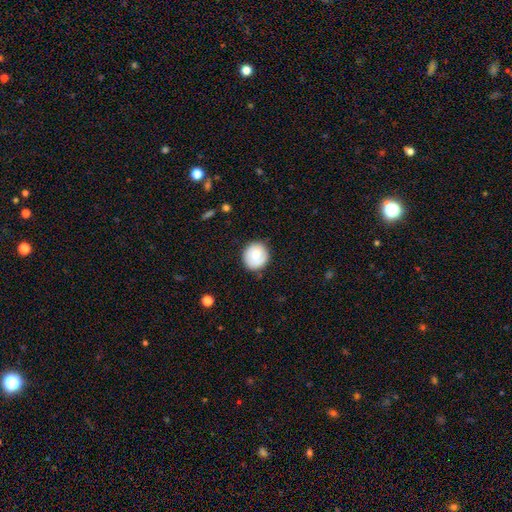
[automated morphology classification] This is likely a smooth galaxy (74%). How rounded: clearly round (89%). Merging: clearly none (81%).